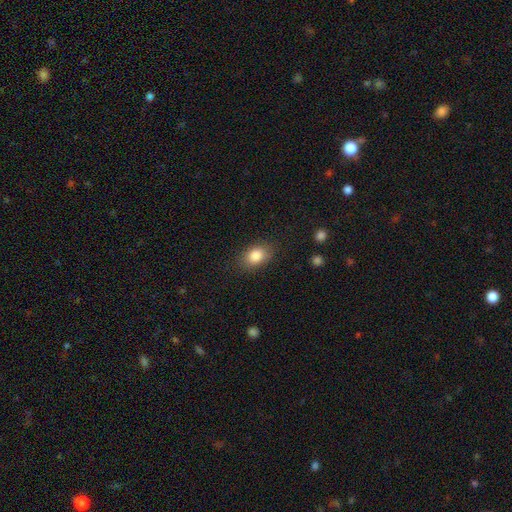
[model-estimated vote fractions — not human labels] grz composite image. It shows a smooth galaxy with no disk features (84%) that is in between round and cigar-shaped (78%). Merging: none (83%).